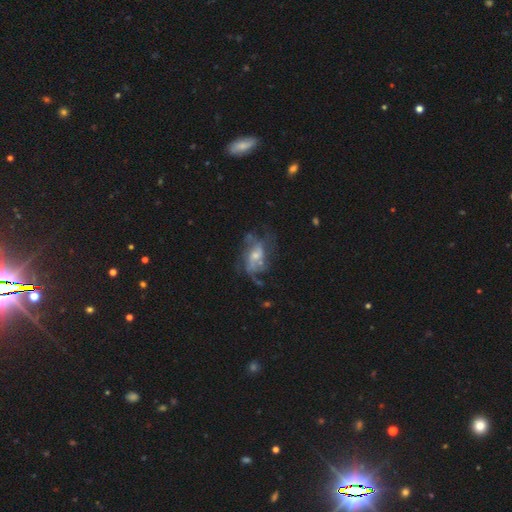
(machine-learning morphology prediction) Smooth or featured?
  - featured or disk: 73% *
  - smooth: 17%
  - star or artifact: 10%
Edge-on disk?
  - no: 96% *
  - yes: 4%
Bar?
  - no: 63% *
  - weak: 31%
  - strong: 6%
Spiral arms?
  - yes: 73% *
  - no: 27%
Spiral winding?
  - loose: 44% *
  - medium: 37%
  - tight: 19%
Spiral arm count?
  - can't tell: 37% *
  - 2: 24%
  - 3: 18%
  - 4: 9%
  - 1: 7%
  - more than 4: 5%
Bulge size?
  - small: 49% *
  - moderate: 40%
  - none: 5%
  - large: 4%
  - dominant: 1%
Merging?
  - none: 45% *
  - major disturbance: 30%
  - minor disturbance: 20%
  - merger: 5%